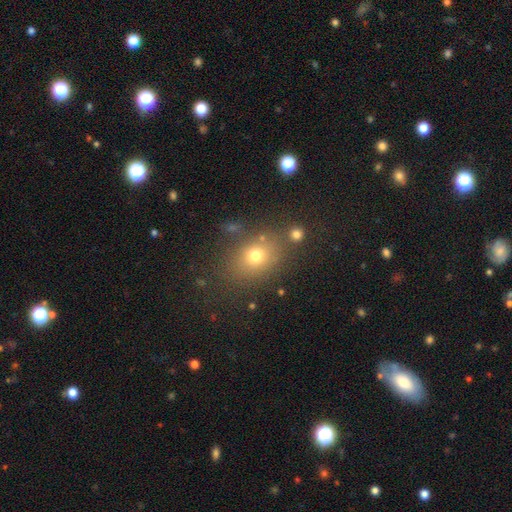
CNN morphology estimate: Overall: smooth (71%). How rounded: in between (54%; round 45%). Merging: none (74%).